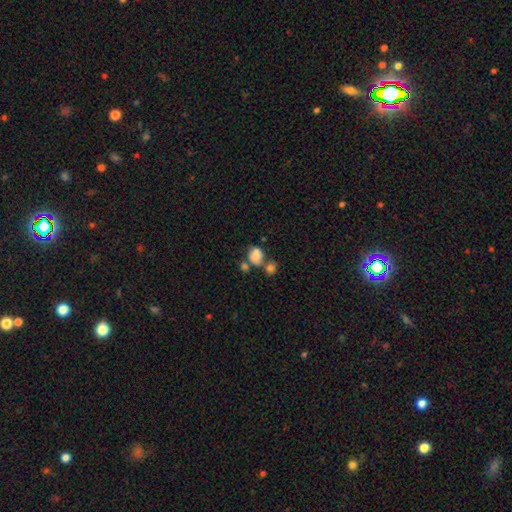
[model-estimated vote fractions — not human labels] Q: Smooth or featured?
A: smooth (78%); runner-up: featured or disk (11%)
Q: How rounded?
A: round (57%); runner-up: in between (42%)
Q: Merging?
A: merger (45%); runner-up: none (33%)